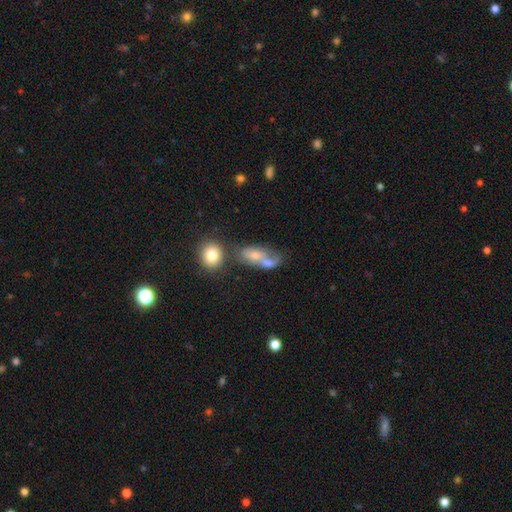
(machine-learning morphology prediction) Smooth or featured?
  - smooth: 56% *
  - featured or disk: 32%
  - star or artifact: 11%
How rounded?
  - in between: 78% *
  - round: 15%
  - cigar-shaped: 7%
Merging?
  - merger: 50% *
  - none: 22%
  - major disturbance: 15%
  - minor disturbance: 13%